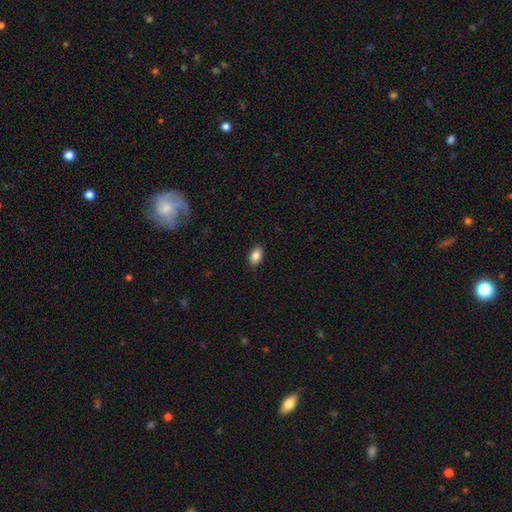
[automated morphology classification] smooth 87%, star or artifact 8%, featured or disk 6%. Down the decision tree: how rounded — in between (90%); merging — none (88%).